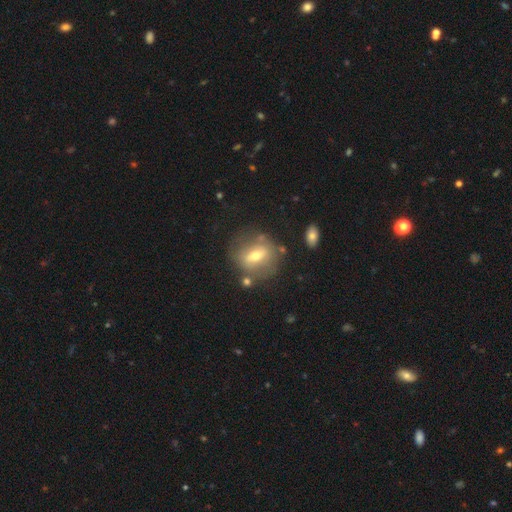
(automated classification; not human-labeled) Overall: featured or disk (47%; smooth 43%). Merging: none (69%).